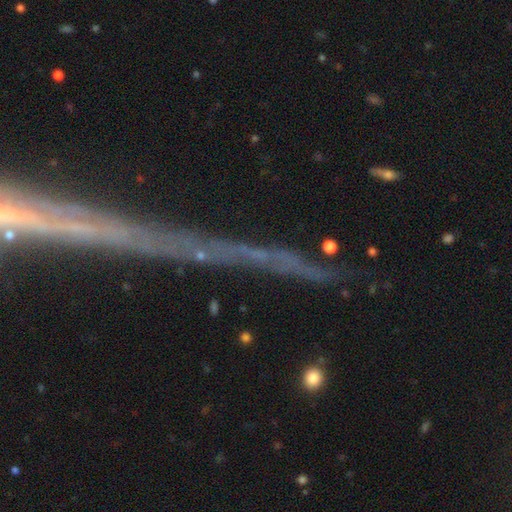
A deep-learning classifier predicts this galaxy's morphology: type=star or artifact (52%).